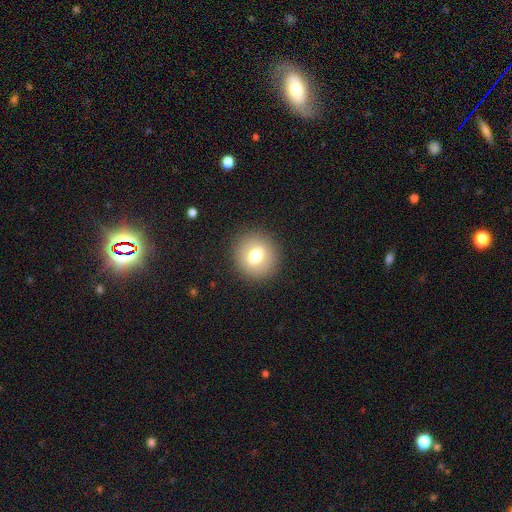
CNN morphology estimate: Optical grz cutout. It shows a smooth galaxy with no disk features (71%) that is round (89%). Merging: none (90%).